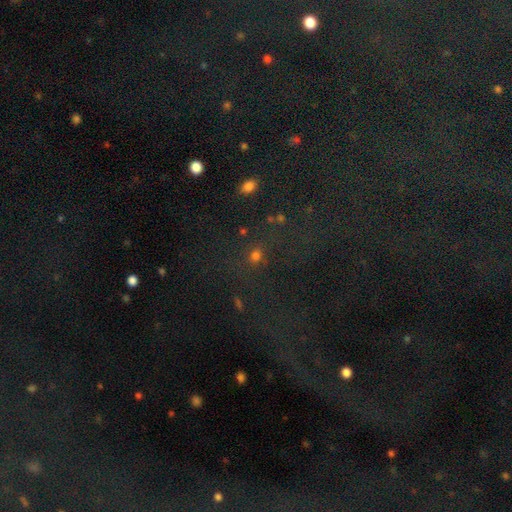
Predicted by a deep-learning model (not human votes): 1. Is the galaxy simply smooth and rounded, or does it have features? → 64% smooth, 27% star or artifact, 8% featured or disk.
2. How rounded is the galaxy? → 71% round, 27% in between, 2% cigar-shaped.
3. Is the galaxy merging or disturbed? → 74% none, 12% minor disturbance, 8% major disturbance, 6% merger.